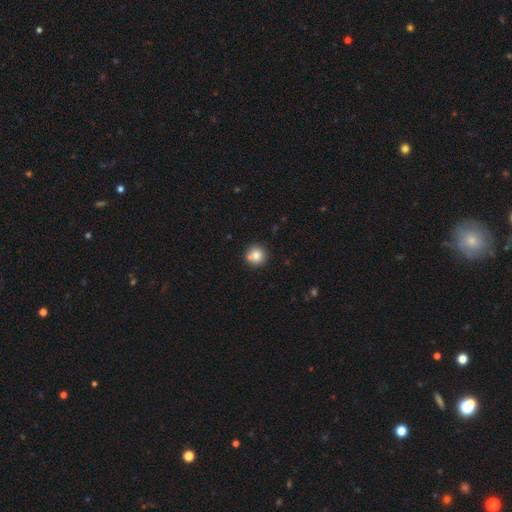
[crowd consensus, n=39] Overall: smooth (85%). How rounded: round (88%). Merging: none (78%).